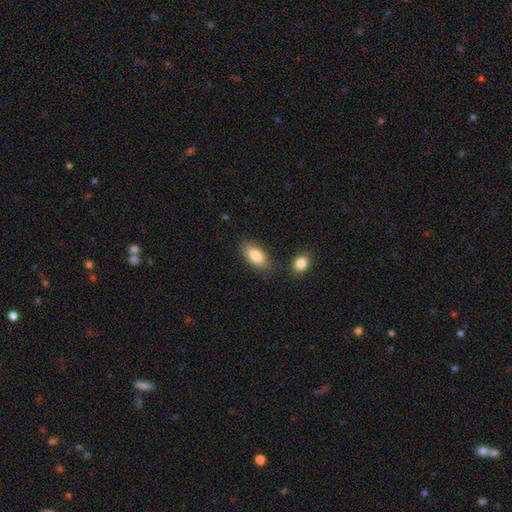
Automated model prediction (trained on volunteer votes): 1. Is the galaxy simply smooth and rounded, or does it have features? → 83% smooth, 11% featured or disk, 6% star or artifact.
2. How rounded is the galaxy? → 89% in between, 8% cigar-shaped, 3% round.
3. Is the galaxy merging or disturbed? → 80% none, 12% minor disturbance, 5% merger, 3% major disturbance.